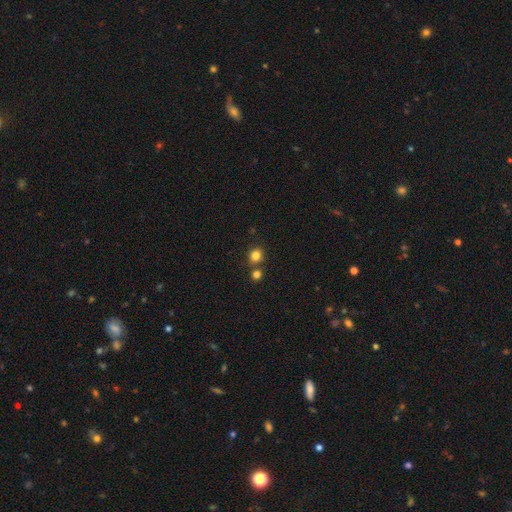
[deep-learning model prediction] The model was most divided on "merging": none: 69%, merger: 19%, minor disturbance: 8%, major disturbance: 3%. More confident: smooth or featured — smooth (82%); how rounded — round (82%).